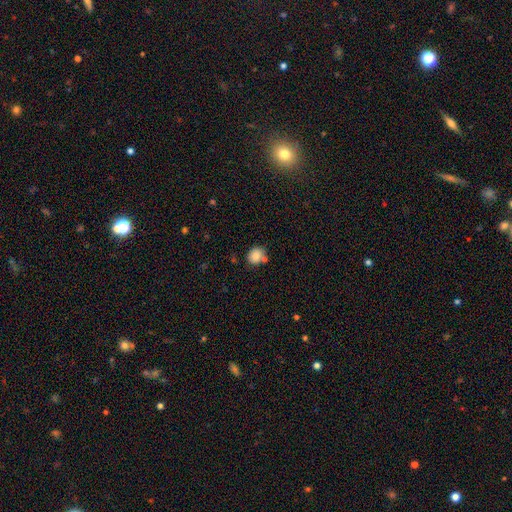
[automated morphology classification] smooth-or-featured: smooth: 85% | star or artifact: 9% | featured or disk: 6%
  how-rounded: round: 67% | in between: 32% | cigar-shaped: 1%
  merging: none: 67% | merger: 16% | minor disturbance: 14% | major disturbance: 4%